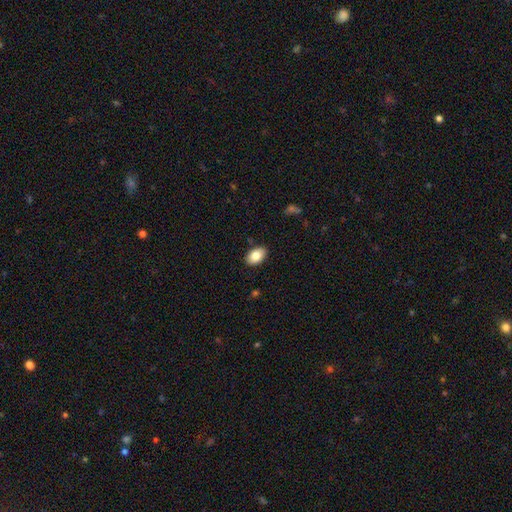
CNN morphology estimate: smooth-or-featured: smooth: 83% | featured or disk: 9% | star or artifact: 7%
  how-rounded: in between: 89% | round: 9% | cigar-shaped: 1%
  merging: none: 88% | minor disturbance: 9% | major disturbance: 2% | merger: 1%